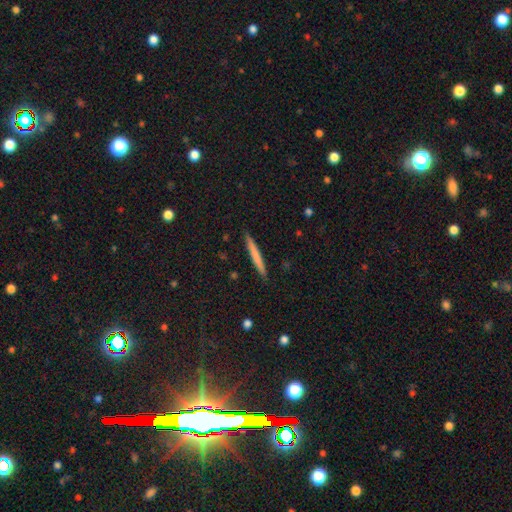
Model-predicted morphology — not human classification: smooth_or_featured: smooth (p=0.67) [alt: featured or disk p=0.27]
how_rounded: cigar-shaped (p=0.97) [alt: in between p=0.02]
merging: none (p=0.91) [alt: minor disturbance p=0.06]